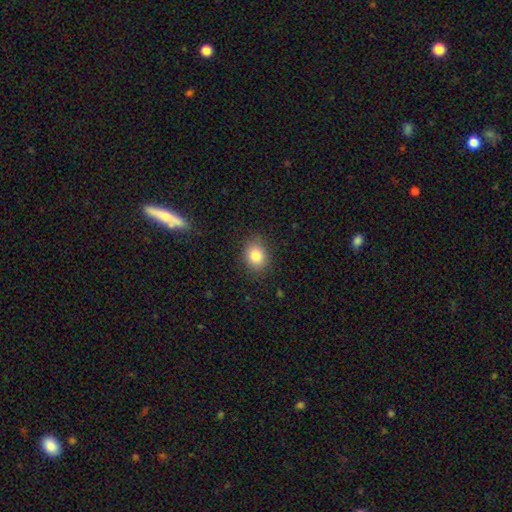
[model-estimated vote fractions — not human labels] A smooth galaxy with no disk features (82%) that is round (53%).

Vote fractions:
- Smooth or featured? smooth: 82% / star or artifact: 10% / featured or disk: 8%
- How rounded? round: 53% / in between: 46% / cigar-shaped: 1%
- Merging? none: 86% / minor disturbance: 11% / major disturbance: 3% / merger: 1%